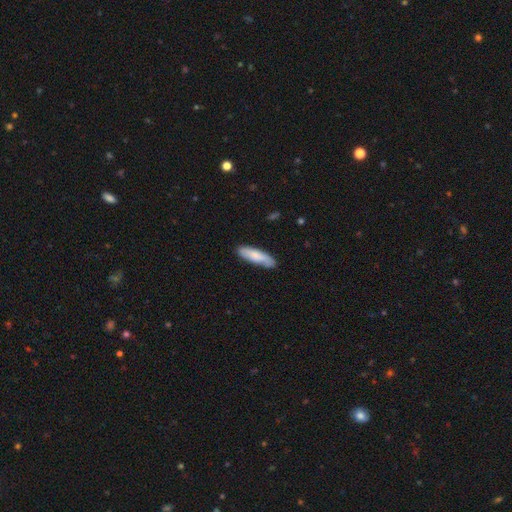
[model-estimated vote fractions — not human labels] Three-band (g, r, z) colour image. It shows a smooth galaxy with no disk features (76%) that is cigar-shaped (60%). Merging: none (79%).